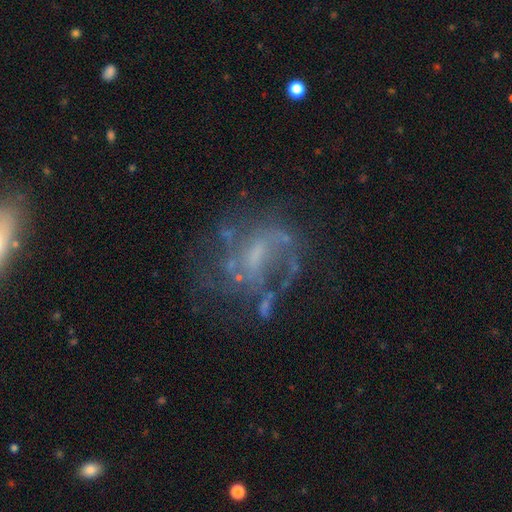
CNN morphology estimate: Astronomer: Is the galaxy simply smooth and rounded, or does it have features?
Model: featured or disk — 77%.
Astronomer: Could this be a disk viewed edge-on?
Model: no — 98%.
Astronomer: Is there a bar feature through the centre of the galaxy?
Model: weak — 46% (runner-up: no, 43%).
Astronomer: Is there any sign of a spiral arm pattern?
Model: yes — 74%.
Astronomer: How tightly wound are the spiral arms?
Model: medium — 43% (runner-up: loose, 33%).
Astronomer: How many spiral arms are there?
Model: can't tell — 36% (runner-up: 2, 29%).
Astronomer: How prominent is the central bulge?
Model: small — 40% (runner-up: none, 33%).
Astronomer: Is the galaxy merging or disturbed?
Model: none — 52%.